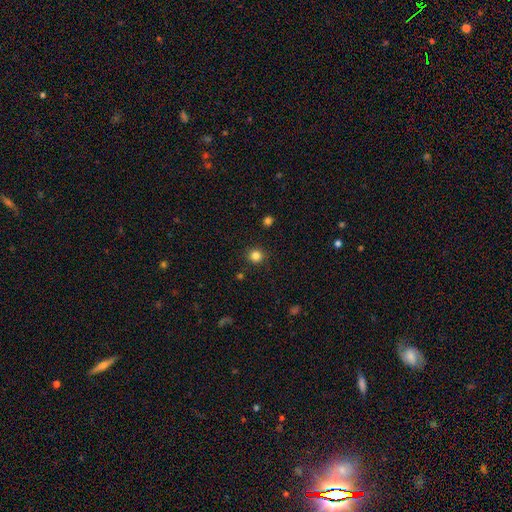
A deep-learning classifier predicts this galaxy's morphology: Overall: smooth (84%). How rounded: round (93%). Merging: none (91%).